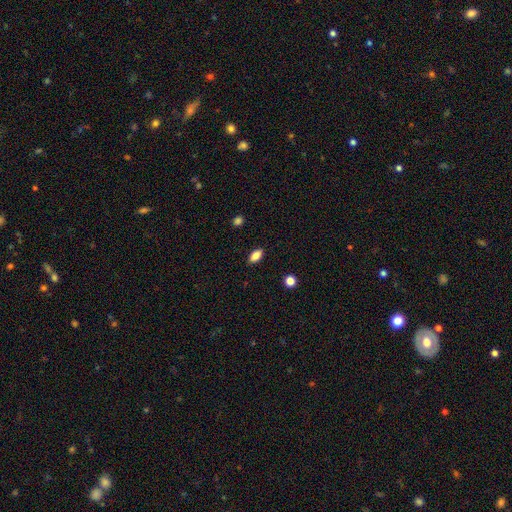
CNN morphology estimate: smooth 85%, star or artifact 8%, featured or disk 7%. Down the decision tree: how rounded — in between (88%); merging — none (89%).